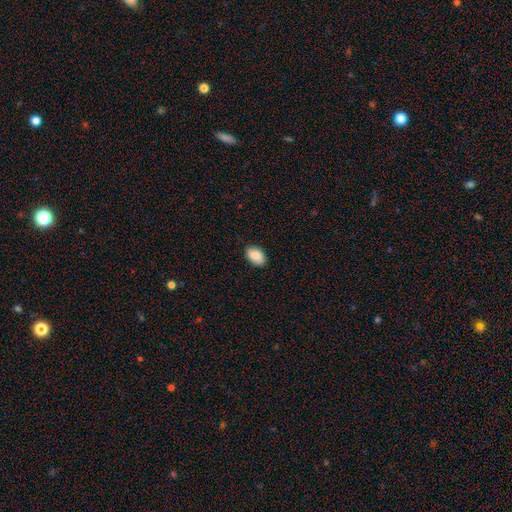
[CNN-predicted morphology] Smooth or featured? smooth (87%)
How rounded? in between (89%)
Merging? none (85%)